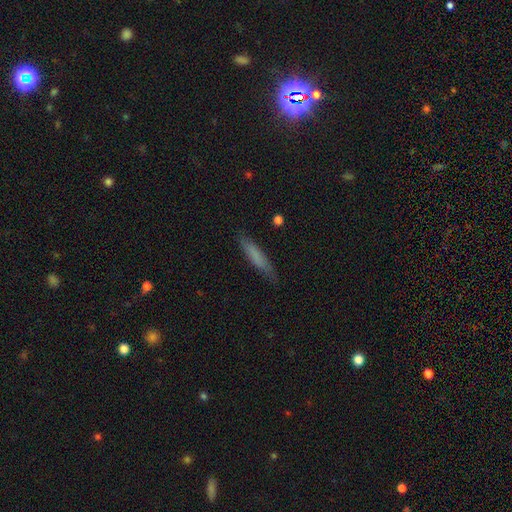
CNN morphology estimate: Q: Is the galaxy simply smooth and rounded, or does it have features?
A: smooth — 71%.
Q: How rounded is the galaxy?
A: cigar-shaped — 88%.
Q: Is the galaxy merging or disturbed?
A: none — 81%.